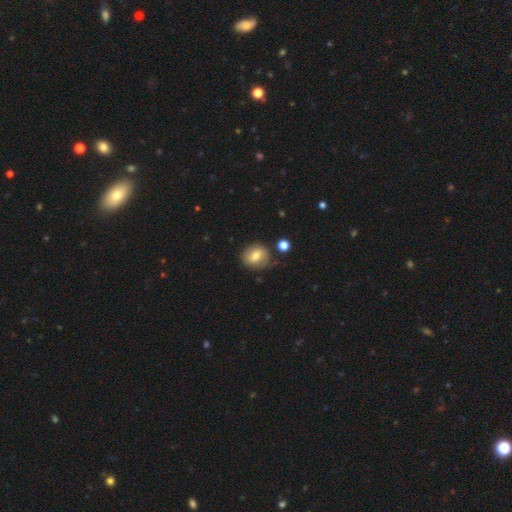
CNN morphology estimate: Overall: smooth (66%). How rounded: round (73%). Merging: none (72%).